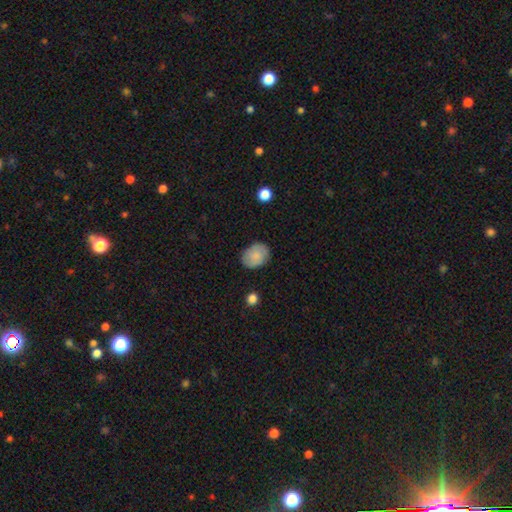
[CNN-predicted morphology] Q: Smooth or featured?
A: smooth (81%); runner-up: featured or disk (12%)
Q: How rounded?
A: in between (63%); runner-up: round (36%)
Q: Merging?
A: none (80%); runner-up: minor disturbance (15%)